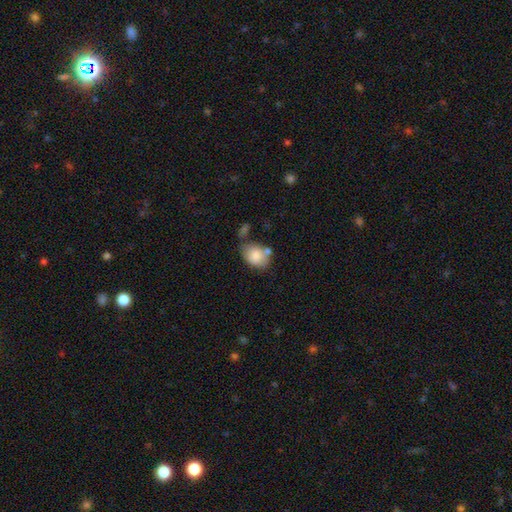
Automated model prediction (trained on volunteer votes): smooth 81%, featured or disk 12%, star or artifact 7%. Down the decision tree: how rounded — in between (69%); merging — none (50%).